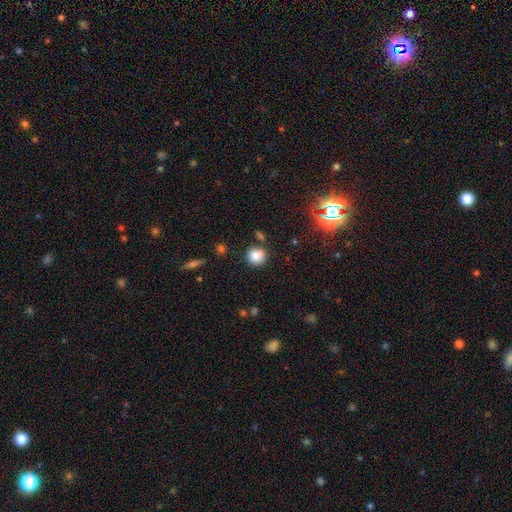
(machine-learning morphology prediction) type=smooth (82%); roundness=round (89%); merging=none (82%).